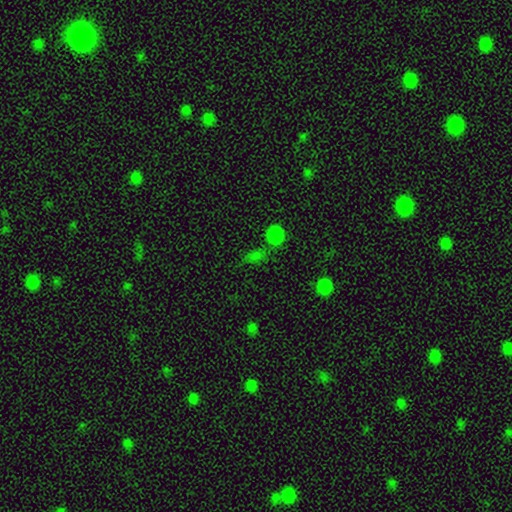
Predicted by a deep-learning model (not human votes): Smooth or featured?
  - smooth: 53% *
  - star or artifact: 40%
  - featured or disk: 7%
How rounded?
  - round: 47% *
  - in between: 44%
  - cigar-shaped: 9%
Merging?
  - none: 66% *
  - merger: 14%
  - minor disturbance: 13%
  - major disturbance: 7%